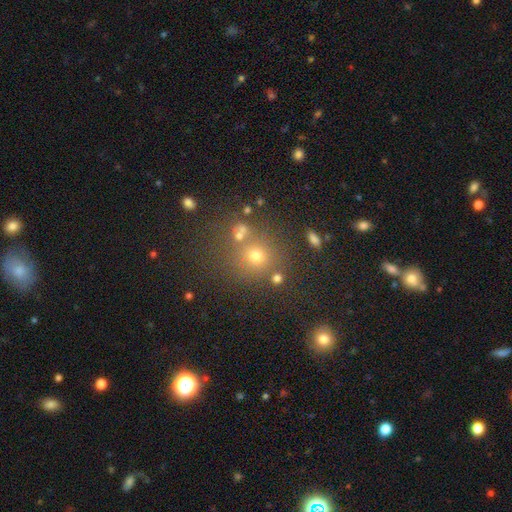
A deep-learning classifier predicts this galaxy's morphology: The model was most divided on "smooth or featured": smooth: 64%, star or artifact: 25%, featured or disk: 11%. More confident: how rounded — round (85%); merging — none (69%).